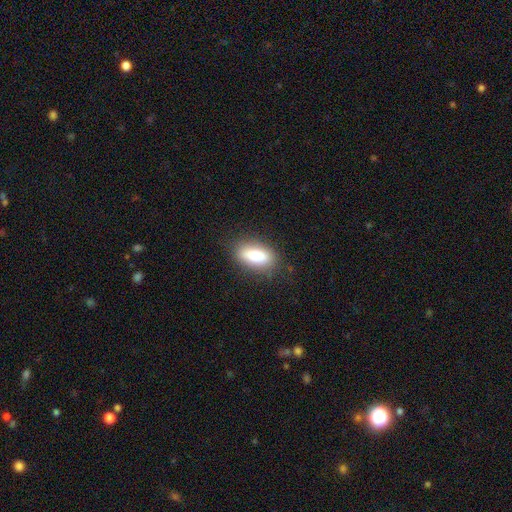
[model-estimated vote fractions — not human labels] Smooth or featured? Predicted: smooth (p=0.82). How rounded? Predicted: in between (p=0.80). Merging? Predicted: none (p=0.82).